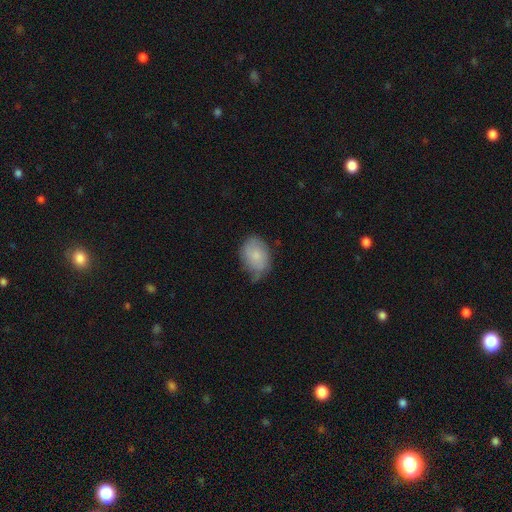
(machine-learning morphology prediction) A smooth galaxy with no disk features (71%) that is in between round and cigar-shaped (77%). Merging: none (51%).